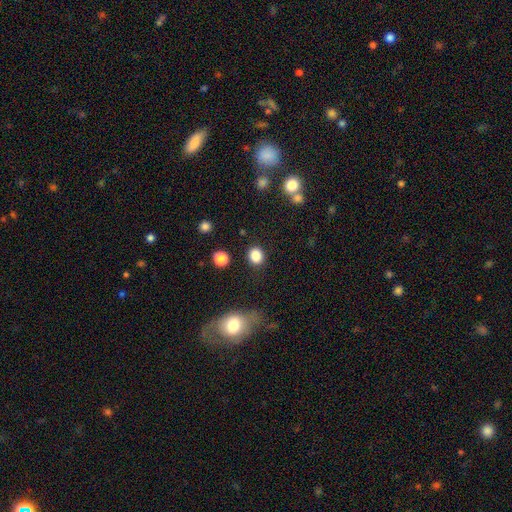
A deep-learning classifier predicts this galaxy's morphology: smooth-or-featured: smooth: 85% | star or artifact: 10% | featured or disk: 4%
  how-rounded: round: 68% | in between: 31% | cigar-shaped: 1%
  merging: none: 86% | minor disturbance: 8% | major disturbance: 3% | merger: 2%